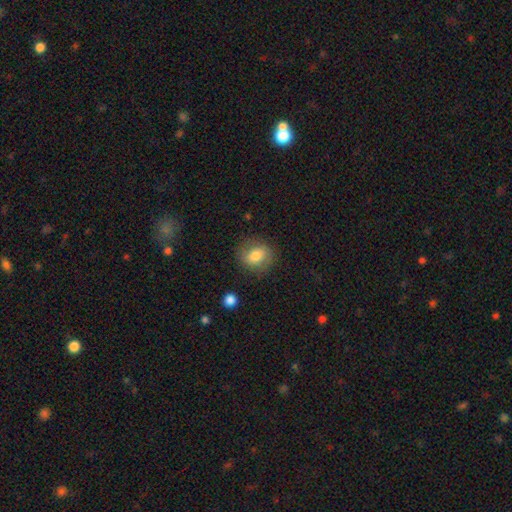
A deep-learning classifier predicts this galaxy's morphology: Smooth or featured: smooth — 75% (featured or disk — 17%)
How rounded: round — 59% (in between — 40%)
Merging: none — 80% (minor disturbance — 14%)